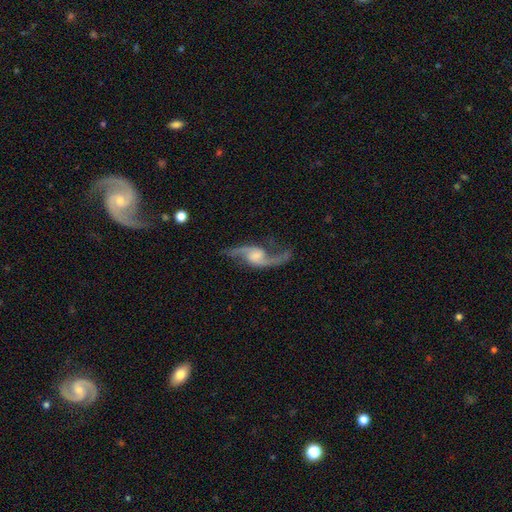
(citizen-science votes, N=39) Smooth or featured? 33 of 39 (85%) said featured or disk. Edge-on disk? 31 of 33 (94%) said no. Bar? 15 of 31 (48%) said no. Spiral arms? 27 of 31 (87%) said yes. Spiral winding? 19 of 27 (70%) said loose. Spiral arm count? 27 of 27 (100%) said 2. Bulge size? 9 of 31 (29%) said moderate. Merging? 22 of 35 (63%) said none.